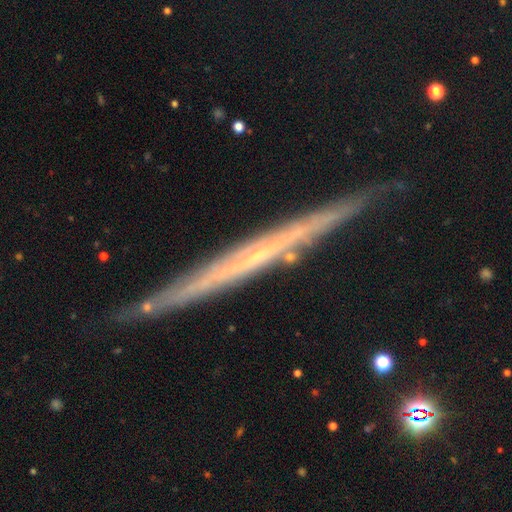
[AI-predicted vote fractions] This appears to be a featured or disk galaxy (73%) viewed edge-on (95%) with no central bulge (79%). Merging: none (85%).